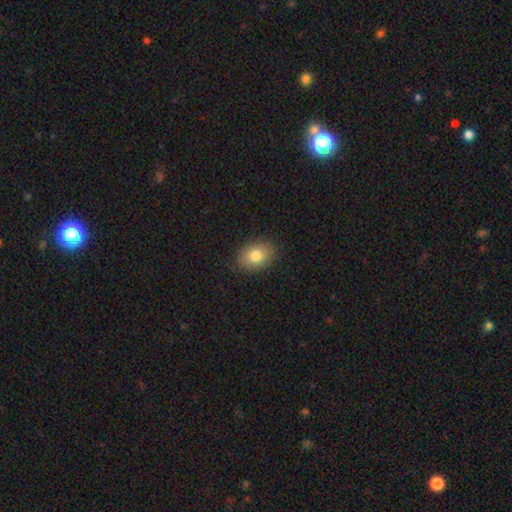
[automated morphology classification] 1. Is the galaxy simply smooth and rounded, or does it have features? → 80% smooth, 11% featured or disk, 9% star or artifact.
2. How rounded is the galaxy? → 69% in between, 30% round, 1% cigar-shaped.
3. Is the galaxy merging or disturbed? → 86% none, 10% minor disturbance, 2% major disturbance, 1% merger.